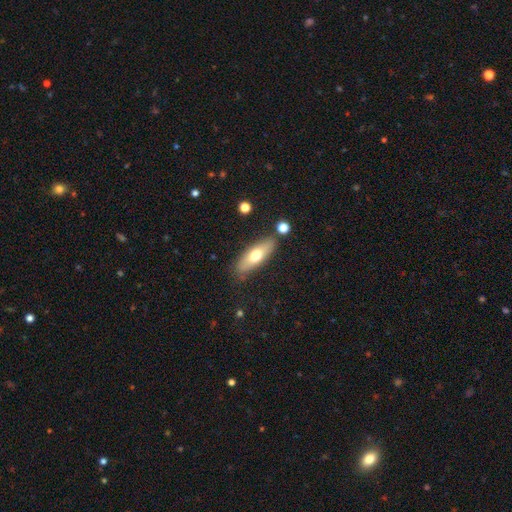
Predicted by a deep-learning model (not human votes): The model was most divided on "how rounded": in between: 58%, cigar-shaped: 39%, round: 3%. More confident: merging — none (80%); smooth or featured — smooth (63%).